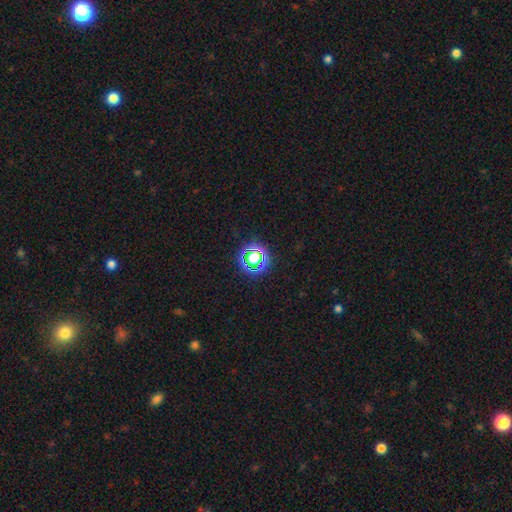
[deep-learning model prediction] This appears to be a star or artifact, not a galaxy (53%).